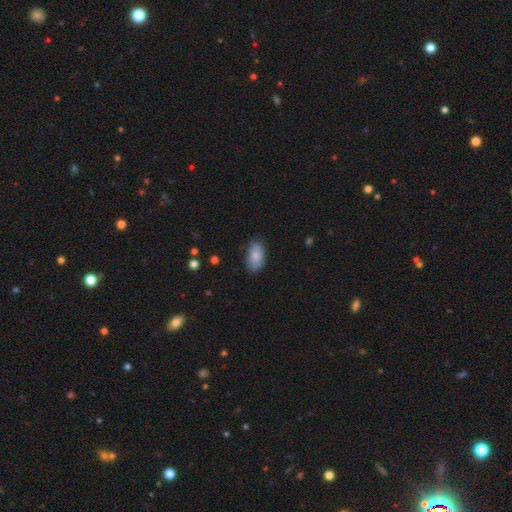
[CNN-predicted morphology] Q: Smooth or featured?
A: smooth (84%); runner-up: featured or disk (9%)
Q: How rounded?
A: in between (93%); runner-up: round (4%)
Q: Merging?
A: none (77%); runner-up: minor disturbance (18%)